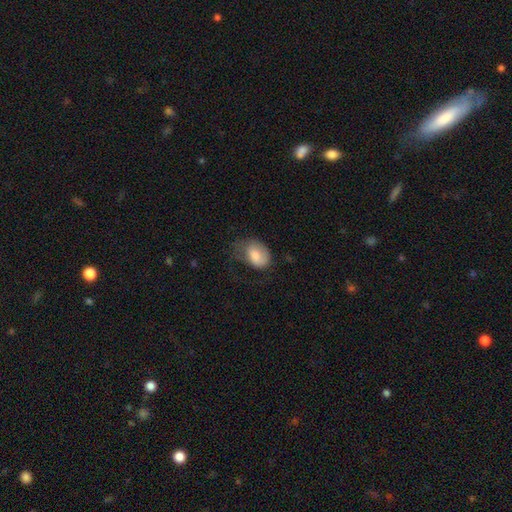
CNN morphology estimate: smooth 75%, featured or disk 18%, star or artifact 7%. Down the decision tree: how rounded — in between (78%); merging — none (36%).